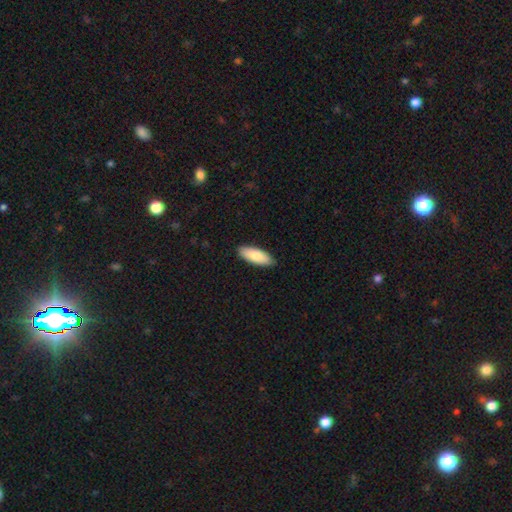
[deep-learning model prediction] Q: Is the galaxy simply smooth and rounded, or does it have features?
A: smooth — 81%.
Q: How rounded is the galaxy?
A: in between — 78%.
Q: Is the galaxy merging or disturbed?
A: none — 89%.